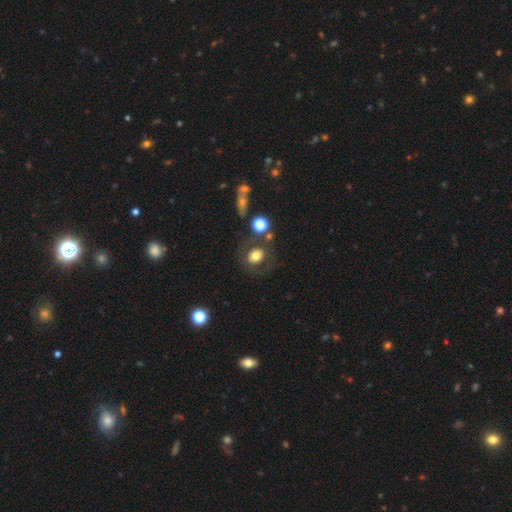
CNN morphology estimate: smooth_or_featured: smooth (p=0.68) [alt: featured or disk p=0.22]
how_rounded: round (p=0.62) [alt: in between p=0.37]
merging: none (p=0.70) [alt: minor disturbance p=0.13]